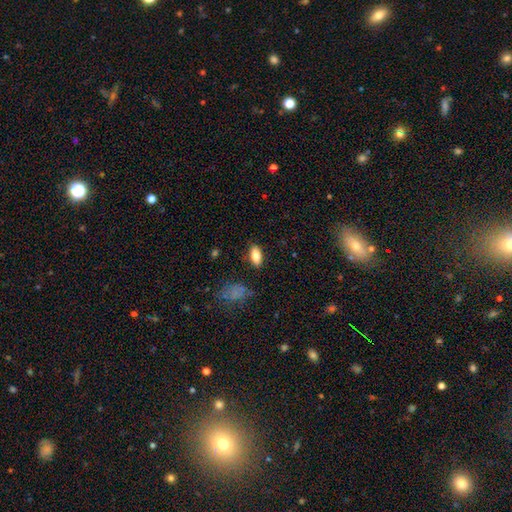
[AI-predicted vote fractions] A smooth galaxy with no disk features (82%) that is in between round and cigar-shaped (87%).

Vote fractions:
- Smooth or featured? smooth: 82% / featured or disk: 10% / star or artifact: 8%
- How rounded? in between: 87% / cigar-shaped: 9% / round: 3%
- Merging? none: 85% / minor disturbance: 10% / major disturbance: 3% / merger: 1%